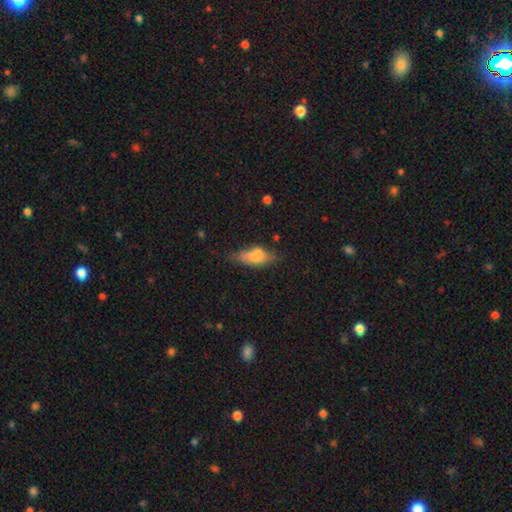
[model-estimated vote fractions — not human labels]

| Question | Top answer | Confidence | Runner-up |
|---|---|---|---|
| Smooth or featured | smooth | 72% | featured or disk (20%) |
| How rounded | in between | 74% | cigar-shaped (23%) |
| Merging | none | 56% | minor disturbance (29%) |